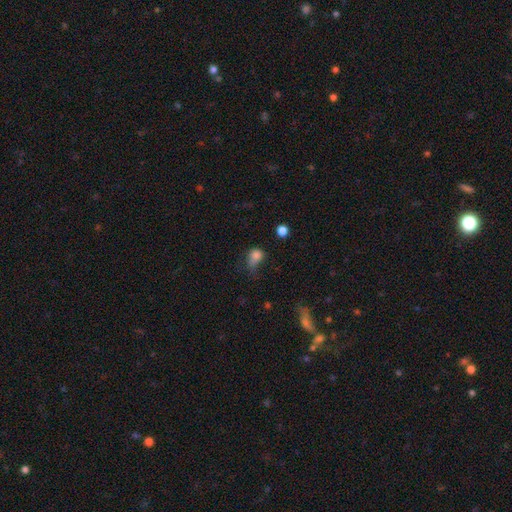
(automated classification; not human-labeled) smooth_or_featured: smooth (p=0.76) [alt: star or artifact p=0.13]
how_rounded: in between (p=0.53) [alt: round p=0.45]
merging: major disturbance (p=0.35) [alt: minor disturbance p=0.32]